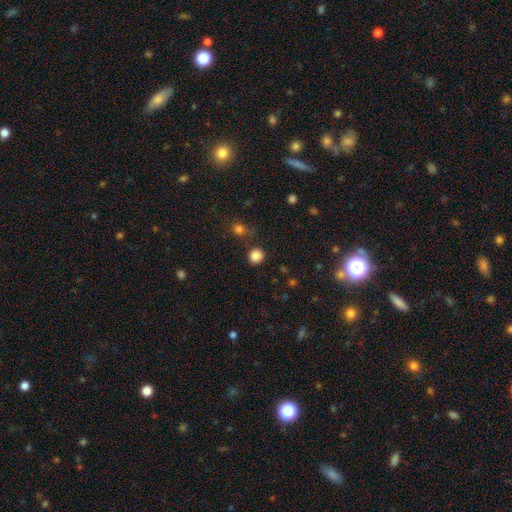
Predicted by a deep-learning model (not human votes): The model was most divided on "smooth or featured": smooth: 85%, star or artifact: 11%, featured or disk: 4%. More confident: how rounded — round (89%); merging — none (85%).